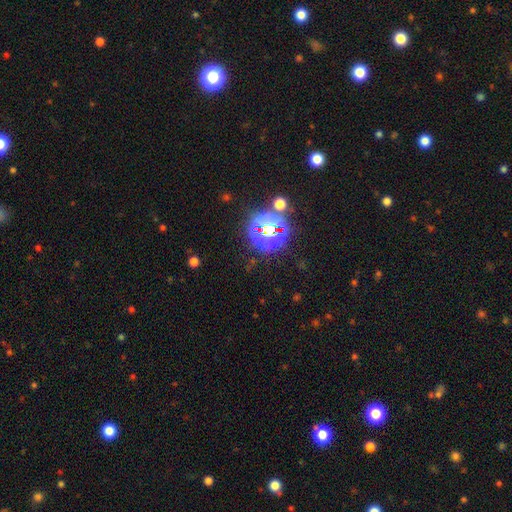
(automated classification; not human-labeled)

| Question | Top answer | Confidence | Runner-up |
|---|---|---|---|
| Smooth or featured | star or artifact | 81% | smooth (13%) |